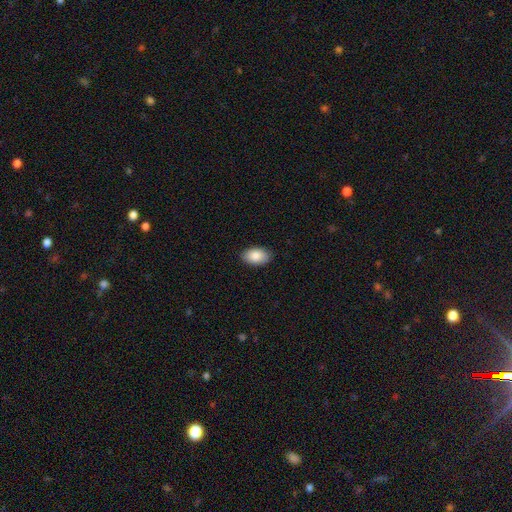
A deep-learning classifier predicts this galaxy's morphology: type=smooth (87%); roundness=in between (92%); merging=none (89%).